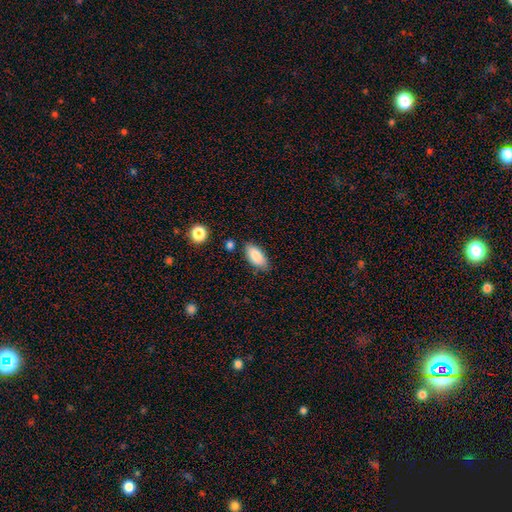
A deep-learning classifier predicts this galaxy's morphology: This appears to be a smooth galaxy with no disk features (85%) that is in between round and cigar-shaped (90%). Merging: none (78%).